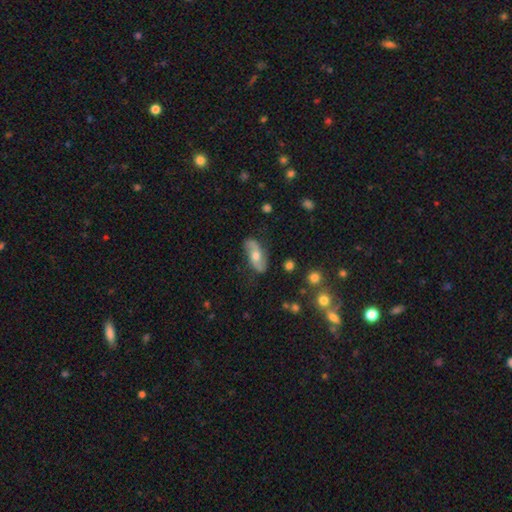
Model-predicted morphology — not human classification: The model was most divided on "bar": no: 63%, weak: 28%, strong: 9%. More confident: spiral arm count — 2 (91%); edge-on disk — no (89%); spiral arms — yes (88%); merging — none (80%); bulge size — moderate (71%); smooth or featured — featured or disk (68%); spiral winding — loose (63%).